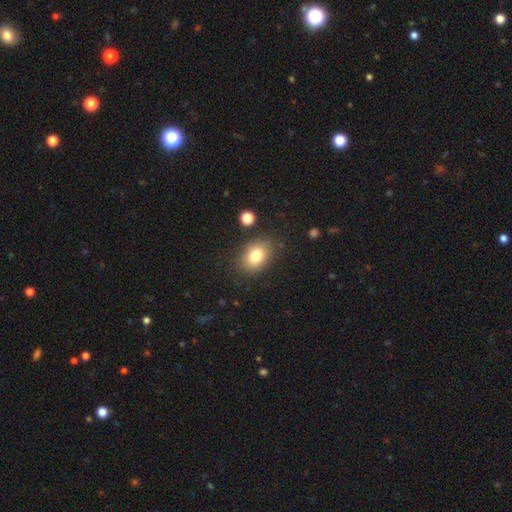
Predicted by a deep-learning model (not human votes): A smooth galaxy with no disk features (81%) that is in between round and cigar-shaped (75%).

Vote fractions:
- Smooth or featured? smooth: 81% / featured or disk: 10% / star or artifact: 10%
- How rounded? in between: 75% / round: 24% / cigar-shaped: 1%
- Merging? none: 80% / minor disturbance: 13% / major disturbance: 4% / merger: 3%